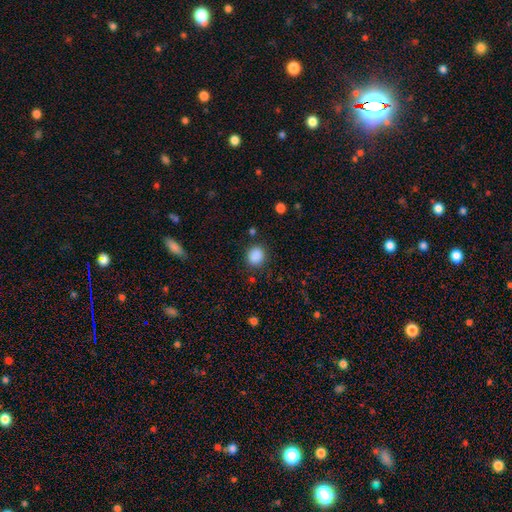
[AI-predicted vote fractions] Overall: smooth (87%). How rounded: round (75%). Merging: none (84%).